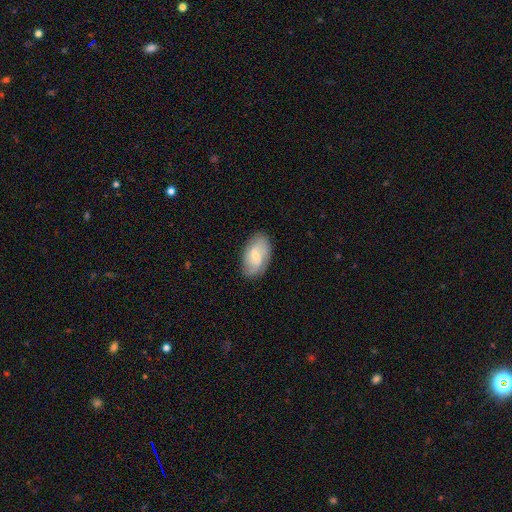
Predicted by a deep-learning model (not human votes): A featured or disk galaxy (52%).

Vote fractions:
- Smooth or featured? featured or disk: 52% / smooth: 41% / star or artifact: 7%
- Edge-on disk? no: 95% / yes: 5%
- Merging? none: 78% / minor disturbance: 17% / major disturbance: 4% / merger: 1%